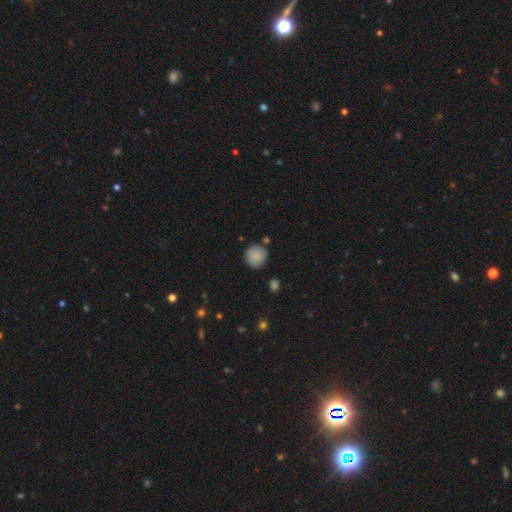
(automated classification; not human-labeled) A smooth galaxy with no disk features (87%) that is round (93%).

Vote fractions:
- Smooth or featured? smooth: 87% / star or artifact: 8% / featured or disk: 5%
- How rounded? round: 93% / in between: 6% / cigar-shaped: 1%
- Merging? none: 81% / minor disturbance: 12% / merger: 4% / major disturbance: 3%